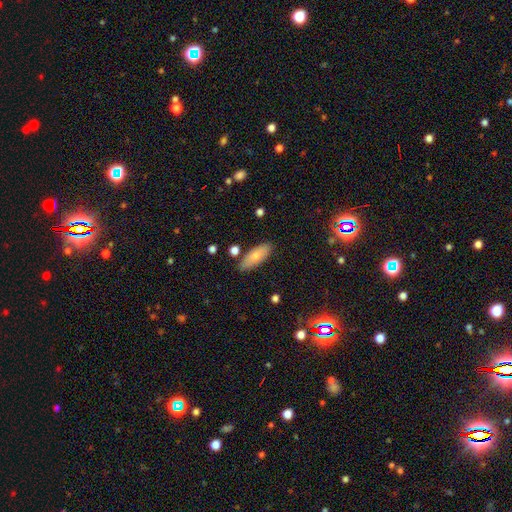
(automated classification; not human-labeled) Morphology: type=smooth (77%); roundness=in between (76%); merging=none (82%).